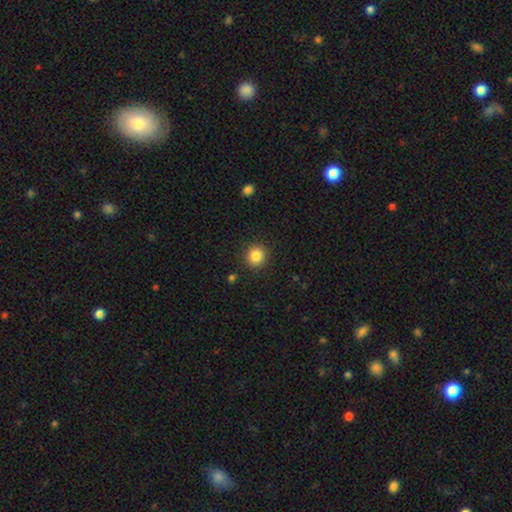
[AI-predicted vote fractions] smooth 85%, star or artifact 10%, featured or disk 4%. Down the decision tree: how rounded — round (92%); merging — none (90%).